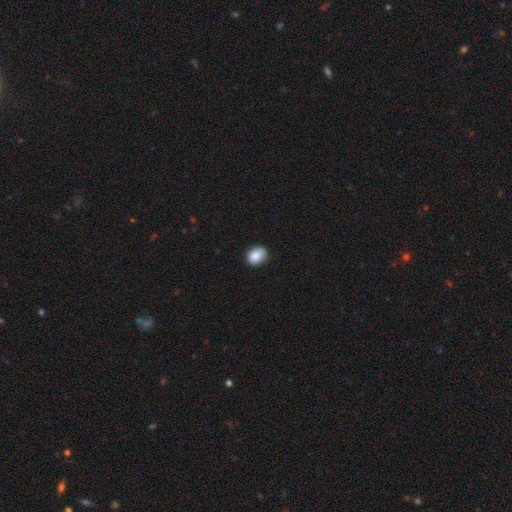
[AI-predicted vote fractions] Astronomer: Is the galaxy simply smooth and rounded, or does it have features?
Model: smooth — 87%.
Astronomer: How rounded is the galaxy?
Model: in between — 65%.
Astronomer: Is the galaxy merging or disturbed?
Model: none — 83%.